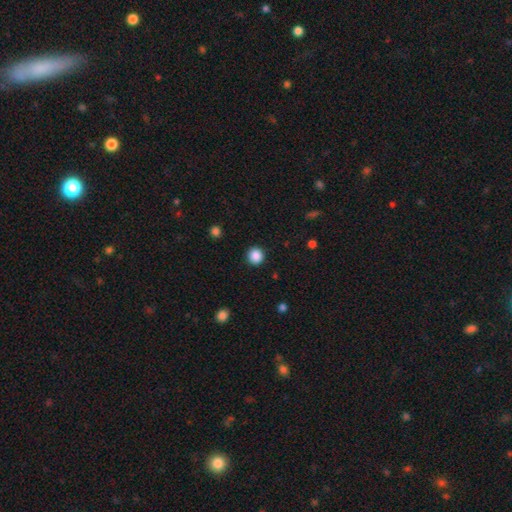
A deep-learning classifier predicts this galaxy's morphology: A smooth galaxy with no disk features (87%) that is round (93%). Merging: none (91%).